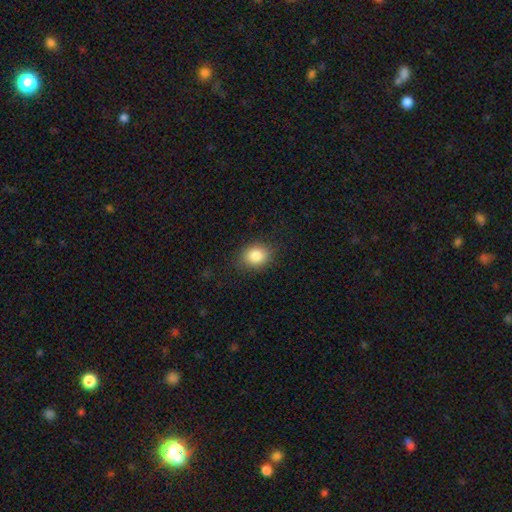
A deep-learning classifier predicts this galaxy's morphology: The model was most divided on "how rounded": round: 51%, in between: 48%, cigar-shaped: 1%. More confident: merging — none (86%); smooth or featured — smooth (84%).